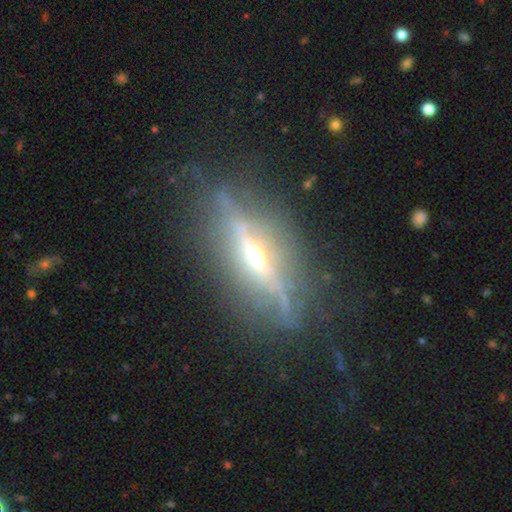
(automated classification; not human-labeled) This appears to be a featured or disk galaxy (82%) viewed edge-on (88%) with a rounded central bulge (87%). Merging: none (72%).